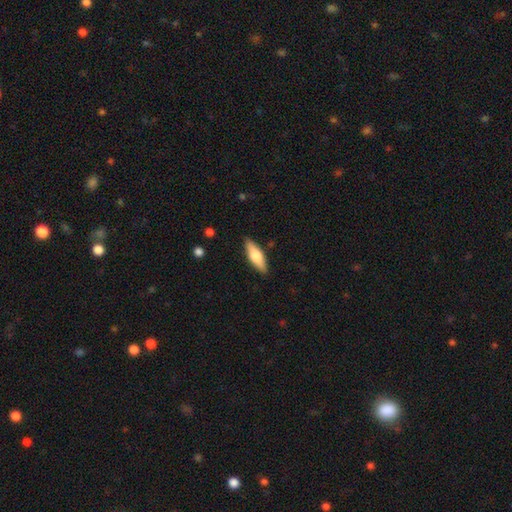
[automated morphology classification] smooth-or-featured: smooth: 62% | featured or disk: 32% | star or artifact: 5%
  how-rounded: in between: 57% | cigar-shaped: 41% | round: 2%
  merging: none: 87% | minor disturbance: 9% | major disturbance: 2% | merger: 1%